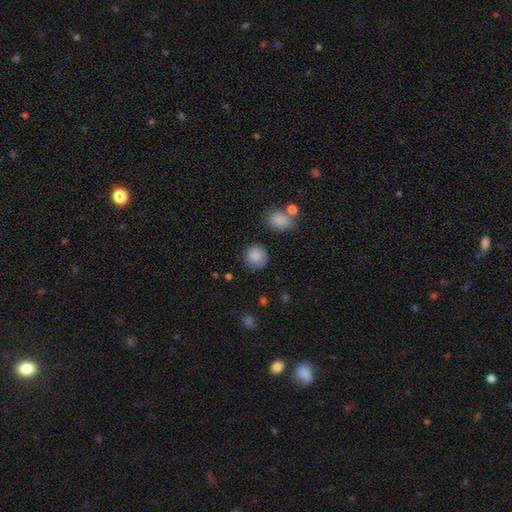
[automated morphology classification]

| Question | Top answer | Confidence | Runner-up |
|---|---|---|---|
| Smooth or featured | smooth | 86% | star or artifact (9%) |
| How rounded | round | 86% | in between (13%) |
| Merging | none | 79% | minor disturbance (14%) |